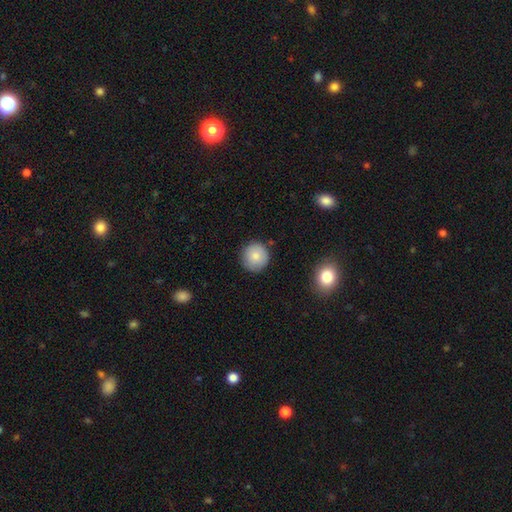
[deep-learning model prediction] Smooth or featured? smooth (84%)
How rounded? round (94%)
Merging? none (88%)